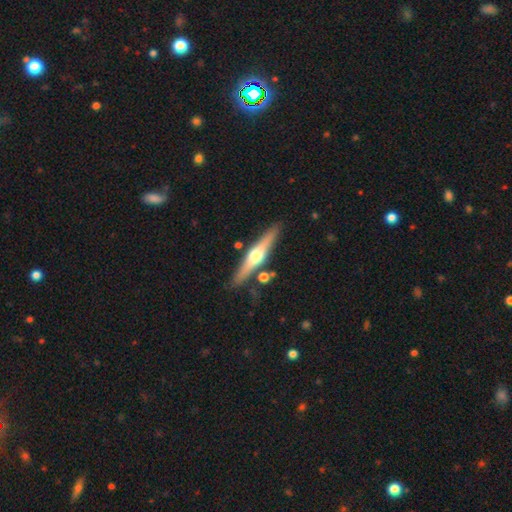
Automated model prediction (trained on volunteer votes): This appears to be a featured or disk galaxy (67%) viewed edge-on (96%) with a rounded central bulge (94%). Merging: none (84%).